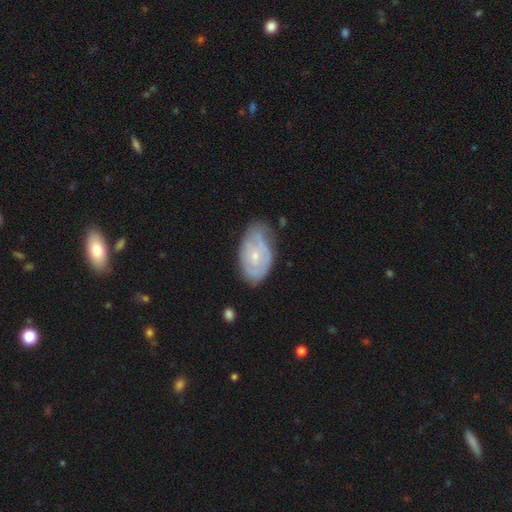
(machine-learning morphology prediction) This appears to be a featured or disk galaxy (64%) with no bar (79%), spiral arms (68%) and a small central bulge (68%). Merging: none (51%).